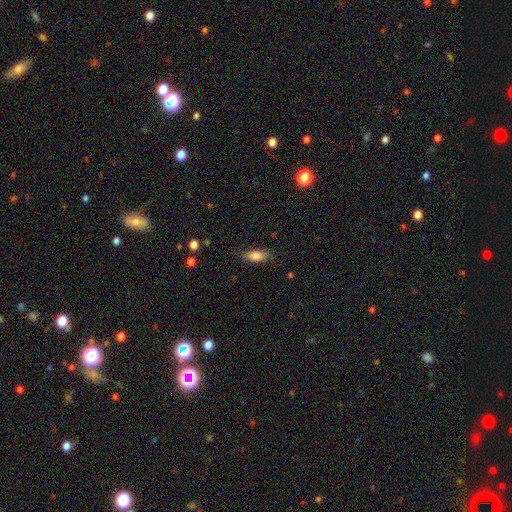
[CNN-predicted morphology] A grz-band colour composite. It shows a smooth galaxy with no disk features (84%) that is in between round and cigar-shaped (82%). Merging: none (82%).